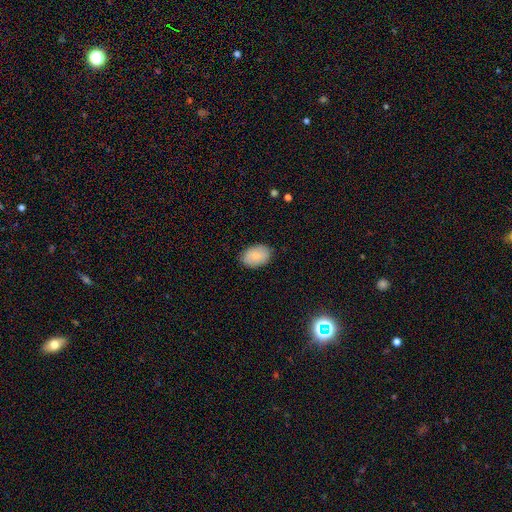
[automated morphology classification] smooth_or_featured: smooth (p=0.81) [alt: featured or disk p=0.13]
how_rounded: in between (p=0.85) [alt: round p=0.14]
merging: none (p=0.86) [alt: minor disturbance p=0.11]